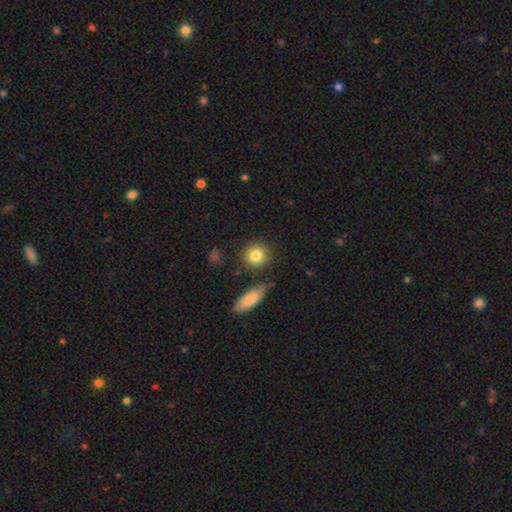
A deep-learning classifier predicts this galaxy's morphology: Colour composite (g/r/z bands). It shows a smooth galaxy with no disk features (84%) that is round (86%). Merging: none (83%).